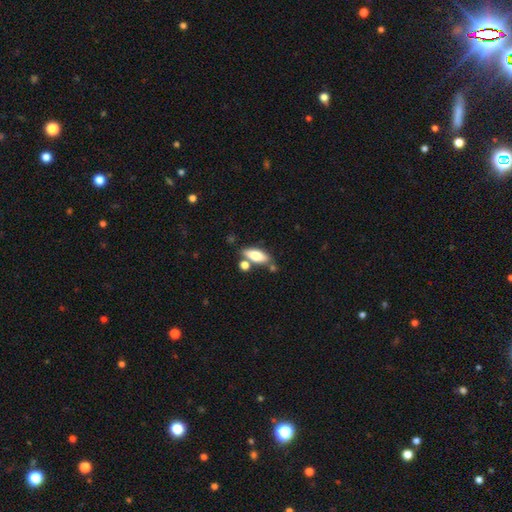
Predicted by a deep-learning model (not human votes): Morphology: type=smooth (73%); roundness=in between (75%); merging=none (65%).